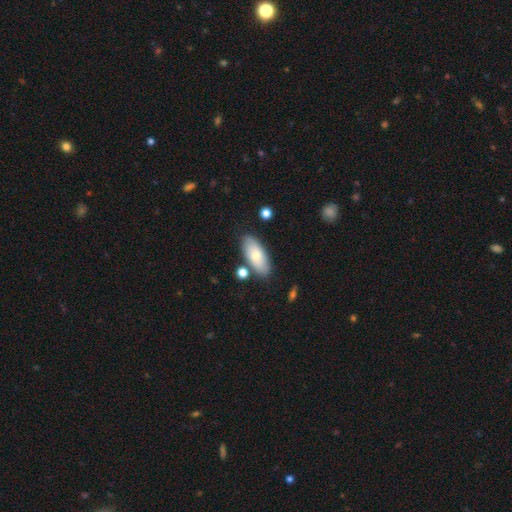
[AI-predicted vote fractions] Smooth or featured? smooth (70%)
How rounded? in between (84%)
Merging? none (80%)